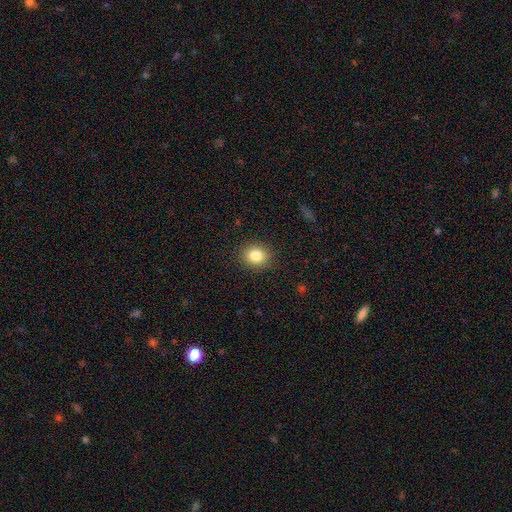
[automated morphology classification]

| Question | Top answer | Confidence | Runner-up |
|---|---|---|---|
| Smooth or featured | smooth | 83% | star or artifact (10%) |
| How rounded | round | 67% | in between (32%) |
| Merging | none | 89% | minor disturbance (7%) |